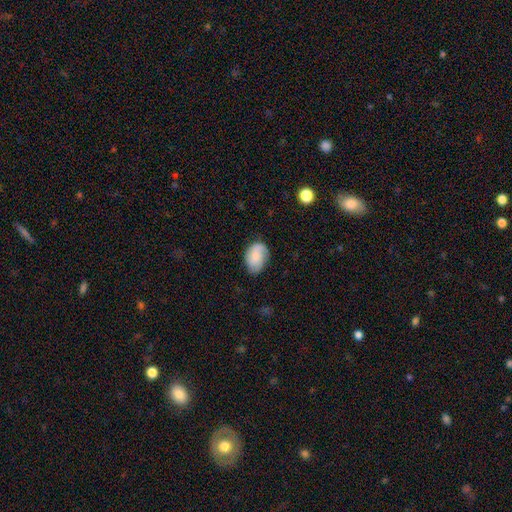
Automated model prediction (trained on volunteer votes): smooth-or-featured: smooth: 53% | featured or disk: 39% | star or artifact: 8%
  how-rounded: in between: 77% | round: 21% | cigar-shaped: 1%
  merging: none: 67% | minor disturbance: 24% | major disturbance: 8% | merger: 1%